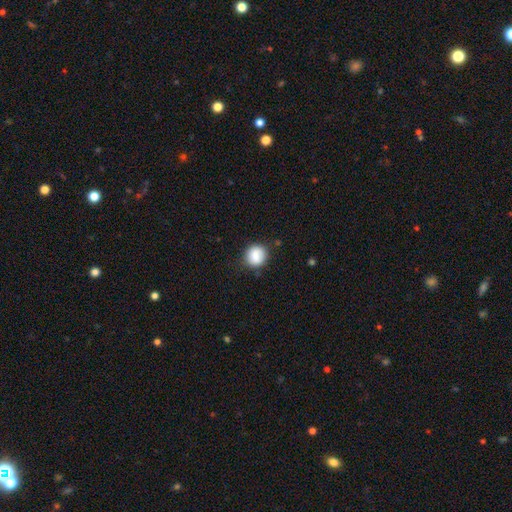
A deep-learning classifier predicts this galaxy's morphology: smooth_or_featured: smooth (p=0.85) [alt: star or artifact p=0.08]
how_rounded: round (p=0.84) [alt: in between p=0.15]
merging: none (p=0.81) [alt: minor disturbance p=0.13]